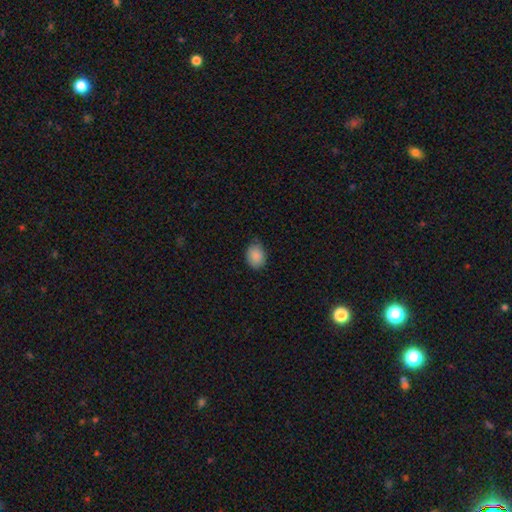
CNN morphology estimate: smooth_or_featured: smooth (p=0.89) [alt: star or artifact p=0.08]
how_rounded: in between (p=0.62) [alt: round p=0.37]
merging: none (p=0.77) [alt: minor disturbance p=0.19]